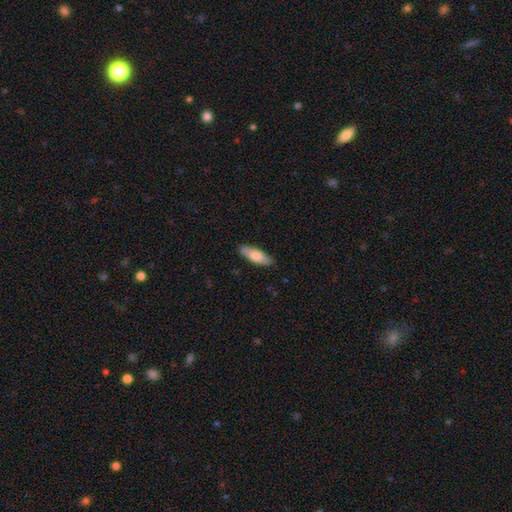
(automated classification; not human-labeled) A smooth galaxy with no disk features (73%) that is in between round and cigar-shaped (61%).

Vote fractions:
- Smooth or featured? smooth: 73% / featured or disk: 21% / star or artifact: 6%
- How rounded? in between: 61% / cigar-shaped: 38% / round: 2%
- Merging? none: 80% / minor disturbance: 15% / major disturbance: 3% / merger: 2%